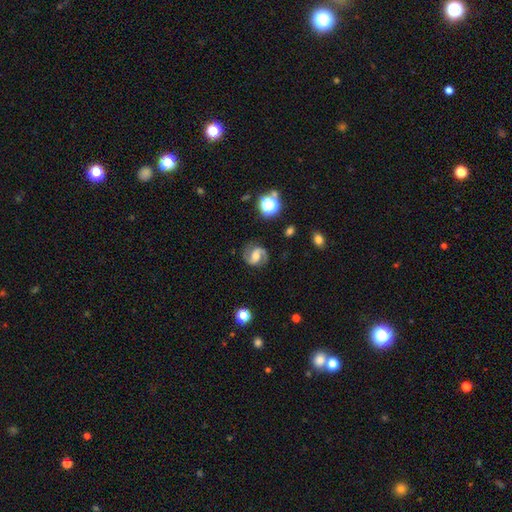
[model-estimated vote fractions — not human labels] A featured or disk galaxy (84%) with a weak bar (47%), 2 (93%) medium (56%) spiral arms (97%) and a moderate central bulge (61%).

Vote fractions:
- Smooth or featured? featured or disk: 84% / smooth: 9% / star or artifact: 7%
- Edge-on disk? no: 98% / yes: 2%
- Bar? weak: 47% / no: 31% / strong: 22%
- Spiral arms? yes: 97% / no: 3%
- Spiral winding? medium: 56% / loose: 26% / tight: 18%
- Spiral arm count? 2: 93% / can't tell: 2% / 1: 2% / 3: 1% / 4: 1% / more than 4: 1%
- Bulge size? moderate: 61% / small: 26% / large: 8% / none: 4% / dominant: 1%
- Merging? none: 84% / minor disturbance: 11% / major disturbance: 4% / merger: 1%